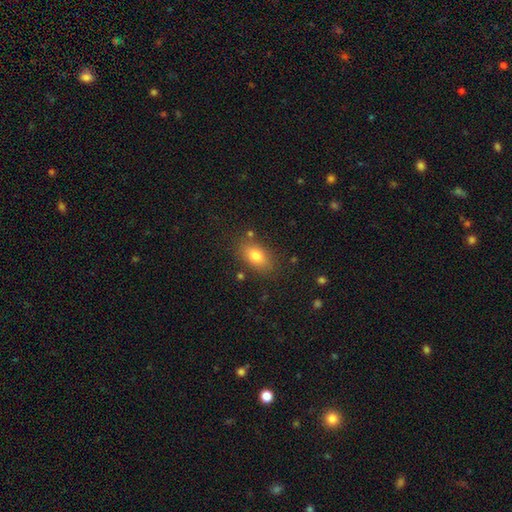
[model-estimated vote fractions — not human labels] smooth-or-featured: smooth: 79% | featured or disk: 11% | star or artifact: 10%
  how-rounded: in between: 85% | round: 11% | cigar-shaped: 4%
  merging: none: 82% | minor disturbance: 12% | merger: 3% | major disturbance: 3%